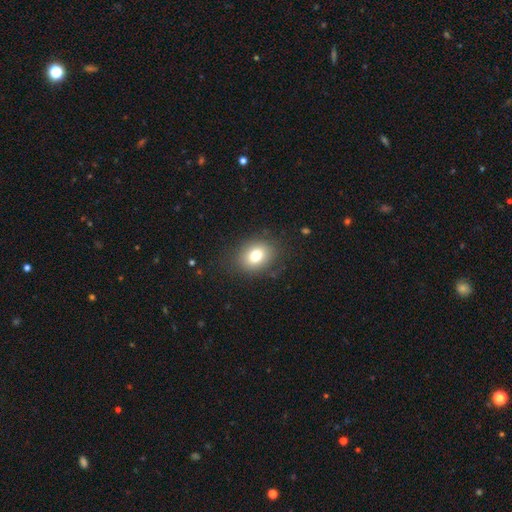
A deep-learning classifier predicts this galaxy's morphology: This is likely a smooth galaxy (77%). How rounded: possibly in between (55%). Merging: clearly none (84%).